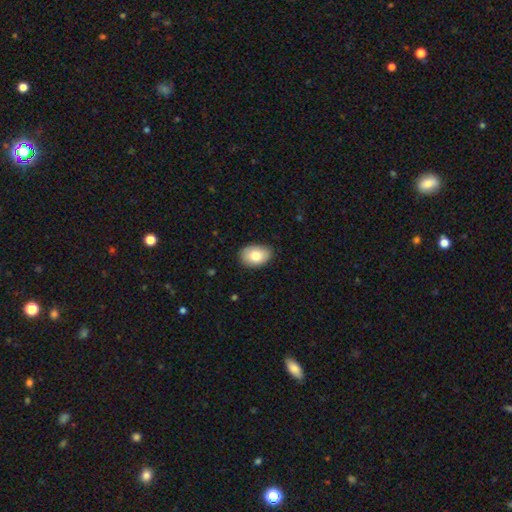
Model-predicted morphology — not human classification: Q: Smooth or featured?
A: smooth (81%); runner-up: featured or disk (12%)
Q: How rounded?
A: in between (85%); runner-up: round (14%)
Q: Merging?
A: none (83%); runner-up: minor disturbance (14%)